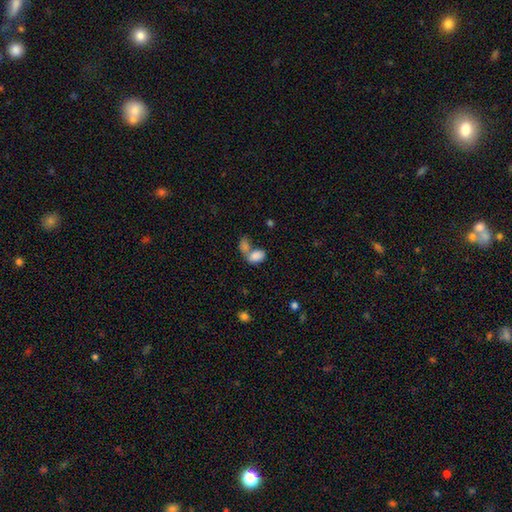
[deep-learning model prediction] smooth 84%, star or artifact 8%, featured or disk 8%. Down the decision tree: how rounded — in between (88%); merging — merger (57%).